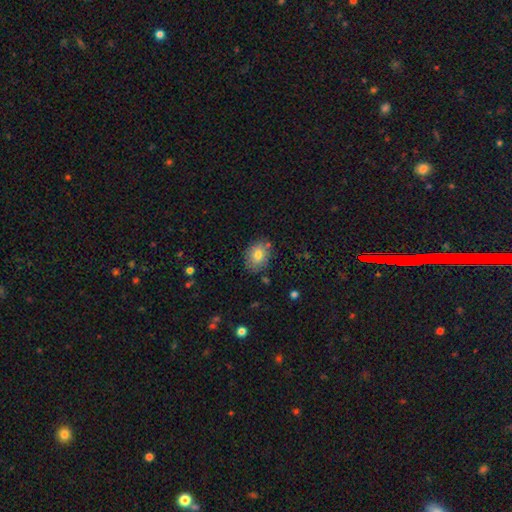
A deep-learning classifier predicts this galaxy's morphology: Smooth or featured? Predicted: smooth (p=0.79). How rounded? Predicted: in between (p=0.69). Merging? Predicted: none (p=0.80).